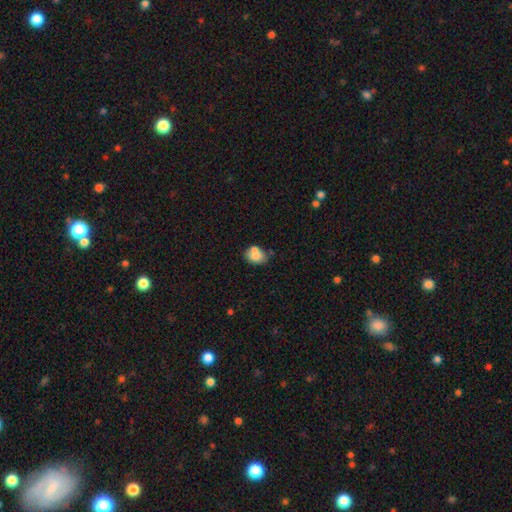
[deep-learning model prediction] The model was most divided on "merging": none: 43%, merger: 32%, minor disturbance: 19%, major disturbance: 6%. More confident: smooth or featured — smooth (75%); how rounded — in between (61%).